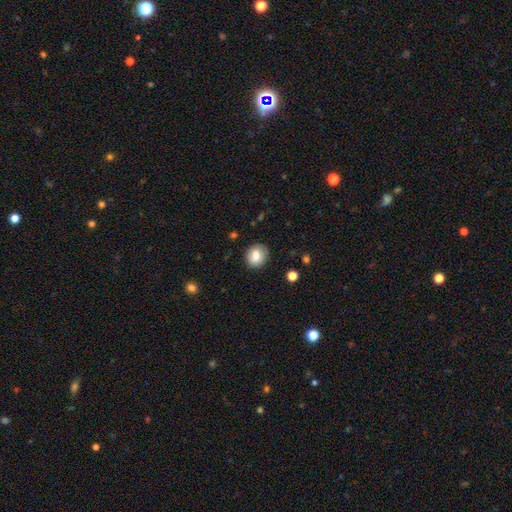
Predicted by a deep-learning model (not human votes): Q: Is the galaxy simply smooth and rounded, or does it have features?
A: smooth — 80%.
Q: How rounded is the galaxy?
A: round — 76%.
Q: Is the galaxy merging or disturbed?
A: none — 87%.